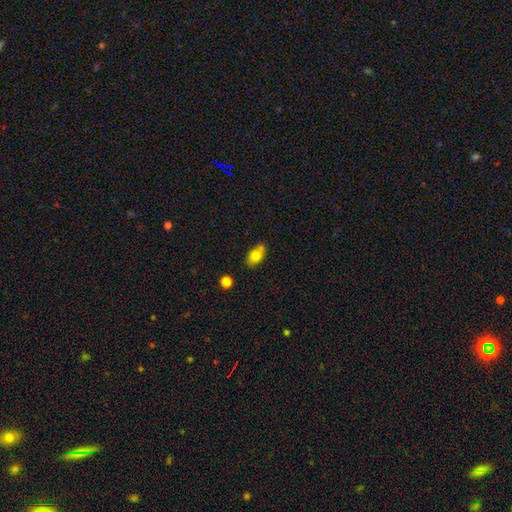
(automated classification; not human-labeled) smooth-or-featured: smooth: 79% | featured or disk: 12% | star or artifact: 9%
  how-rounded: in between: 85% | round: 12% | cigar-shaped: 3%
  merging: none: 61% | minor disturbance: 22% | merger: 13% | major disturbance: 4%